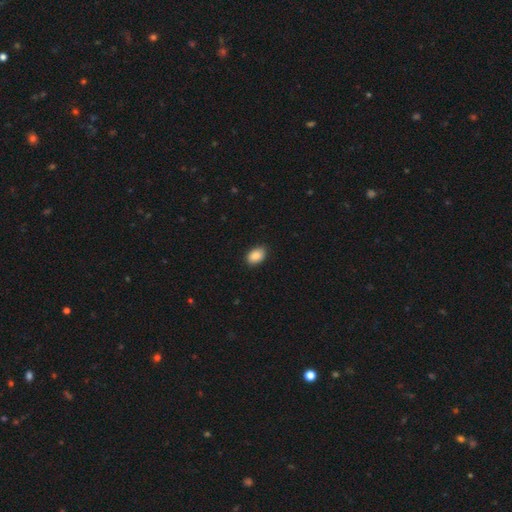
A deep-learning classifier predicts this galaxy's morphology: A smooth galaxy with no disk features (89%) that is in between round and cigar-shaped (84%).

Vote fractions:
- Smooth or featured? smooth: 89% / star or artifact: 7% / featured or disk: 4%
- How rounded? in between: 84% / round: 15% / cigar-shaped: 1%
- Merging? none: 86% / minor disturbance: 11% / major disturbance: 2% / merger: 1%